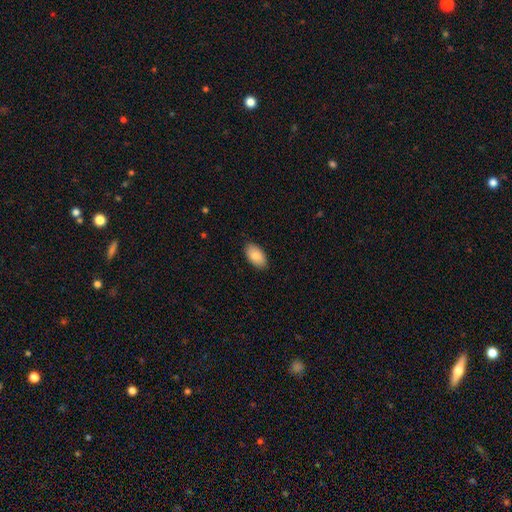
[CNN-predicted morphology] Smooth or featured? Predicted: smooth (p=0.84). How rounded? Predicted: in between (p=0.95). Merging? Predicted: none (p=0.88).